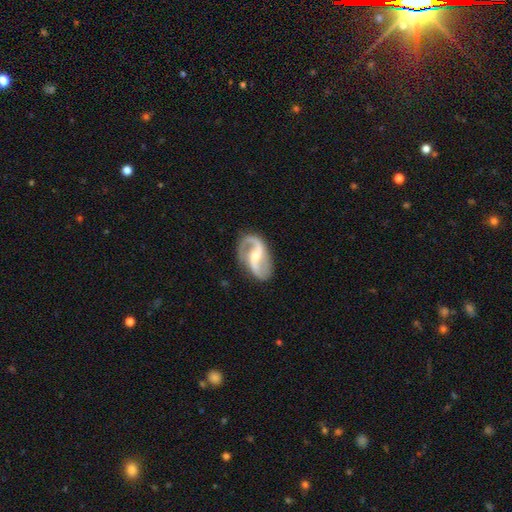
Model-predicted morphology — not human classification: Smooth or featured? featured or disk (91%)
Edge-on disk? no (97%)
Bar? weak (39%)
Spiral arms? yes (97%)
Spiral winding? loose (48%)
Spiral arm count? 2 (92%)
Bulge size? small (48%)
Merging? none (82%)